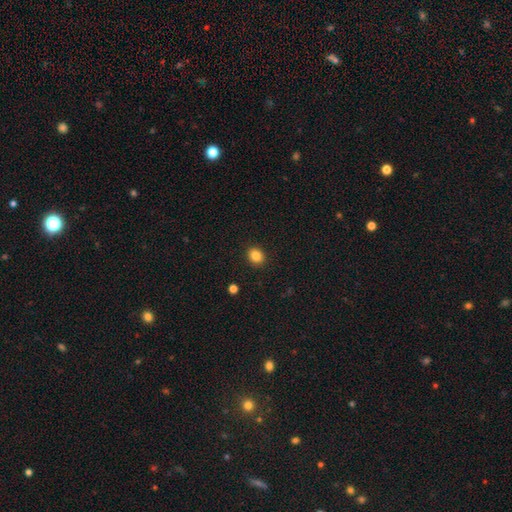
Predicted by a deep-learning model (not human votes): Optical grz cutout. It shows a smooth galaxy with no disk features (85%) that is round (63%). Merging: none (91%).